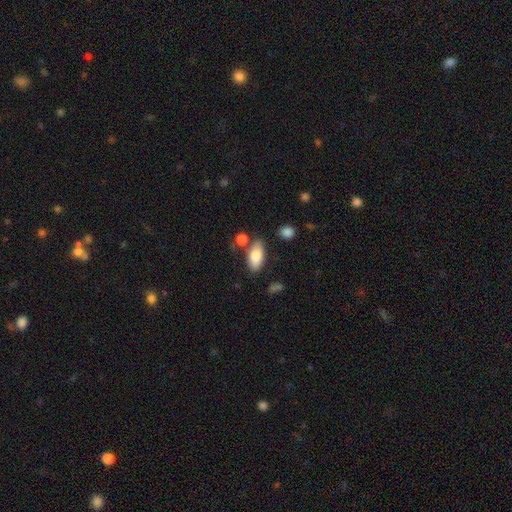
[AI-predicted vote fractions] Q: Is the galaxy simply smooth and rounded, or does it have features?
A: smooth — 80%.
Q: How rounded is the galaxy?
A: in between — 90%.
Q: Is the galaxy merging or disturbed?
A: none — 71%.